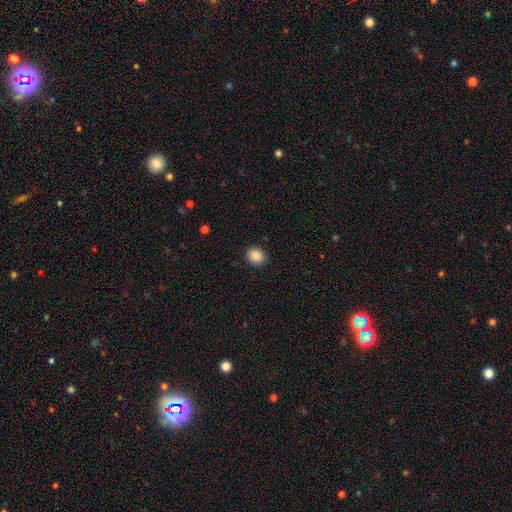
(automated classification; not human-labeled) A smooth galaxy with no disk features (88%) that is round (74%). Merging: none (90%).